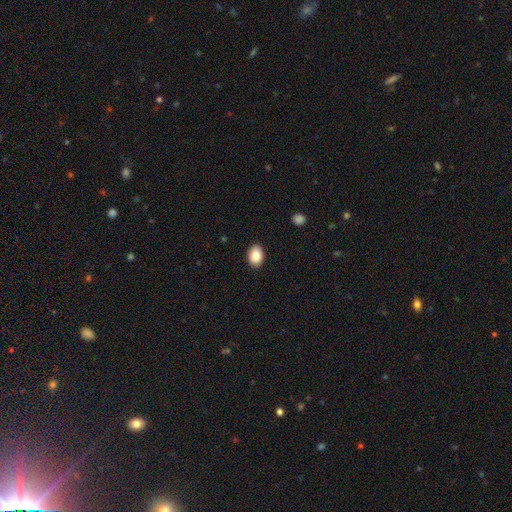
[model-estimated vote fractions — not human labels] A smooth galaxy with no disk features (89%) that is in between round and cigar-shaped (80%).

Vote fractions:
- Smooth or featured? smooth: 89% / star or artifact: 7% / featured or disk: 4%
- How rounded? in between: 80% / round: 19% / cigar-shaped: 1%
- Merging? none: 89% / minor disturbance: 8% / major disturbance: 2% / merger: 1%